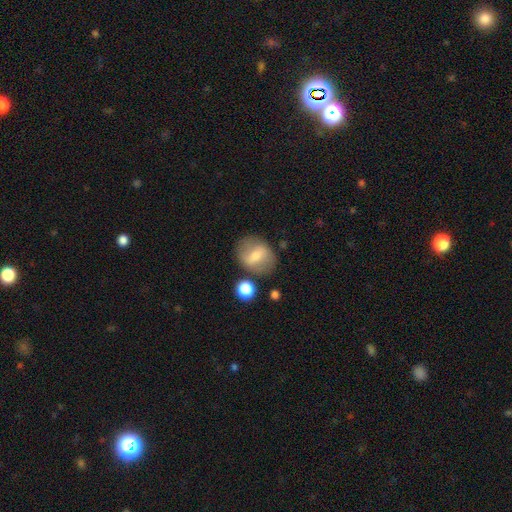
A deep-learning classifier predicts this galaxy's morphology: A smooth galaxy with no disk features (52%) that is round (53%).

Vote fractions:
- Smooth or featured? smooth: 52% / featured or disk: 39% / star or artifact: 9%
- How rounded? round: 53% / in between: 45% / cigar-shaped: 2%
- Merging? none: 74% / minor disturbance: 15% / major disturbance: 6% / merger: 5%